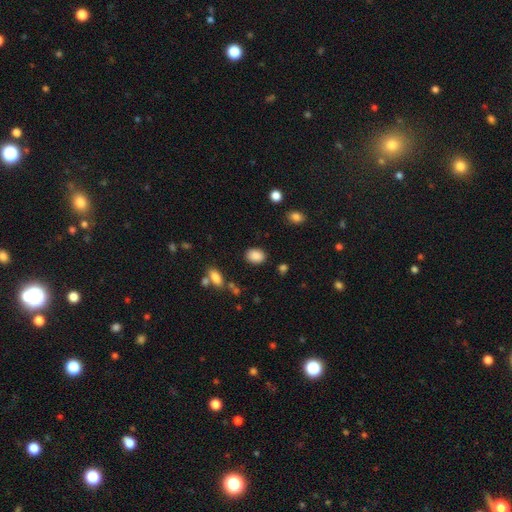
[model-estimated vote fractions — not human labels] smooth_or_featured: smooth (p=0.88) [alt: star or artifact p=0.08]
how_rounded: in between (p=0.67) [alt: round p=0.32]
merging: none (p=0.86) [alt: minor disturbance p=0.09]